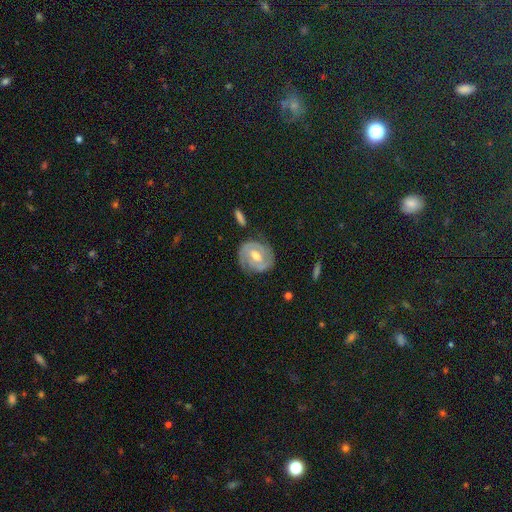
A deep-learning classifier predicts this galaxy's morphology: A featured or disk galaxy (77%) with a weak bar (51%), 2 (76%) tight (58%) spiral arms (87%) and a moderate central bulge (74%). Merging: none (77%).